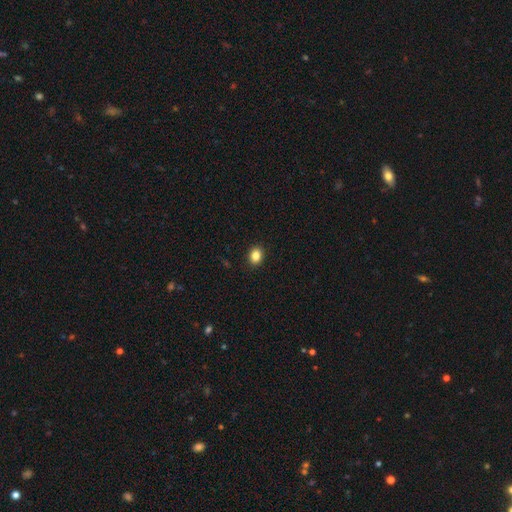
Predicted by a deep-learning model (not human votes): Q: Smooth or featured?
A: smooth (86%); runner-up: star or artifact (10%)
Q: How rounded?
A: in between (59%); runner-up: round (40%)
Q: Merging?
A: none (91%); runner-up: minor disturbance (6%)